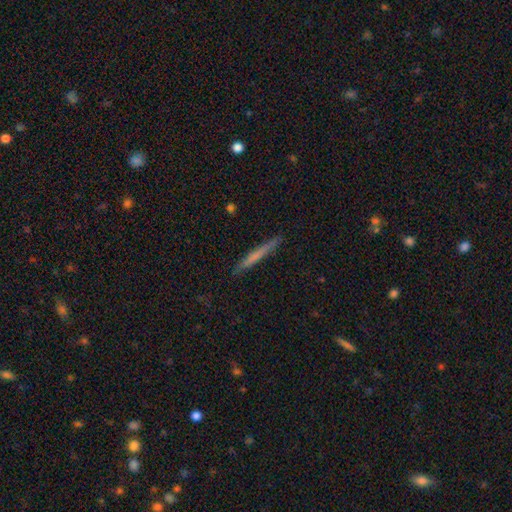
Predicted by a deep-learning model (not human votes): Smooth or featured? Predicted: smooth (p=0.59). How rounded? Predicted: cigar-shaped (p=0.96). Merging? Predicted: none (p=0.88).